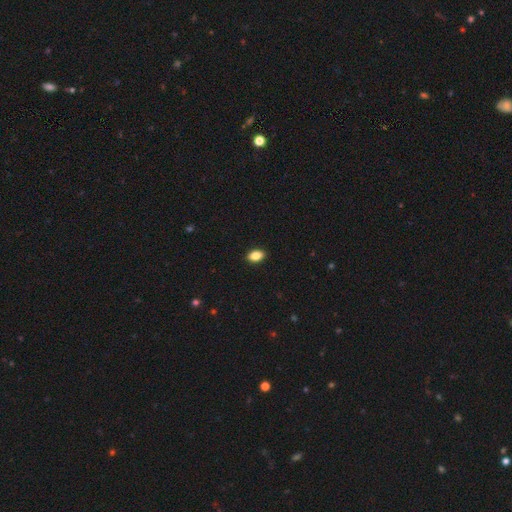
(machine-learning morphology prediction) smooth_or_featured: smooth (p=0.86) [alt: star or artifact p=0.09]
how_rounded: in between (p=0.88) [alt: round p=0.10]
merging: none (p=0.91) [alt: minor disturbance p=0.07]